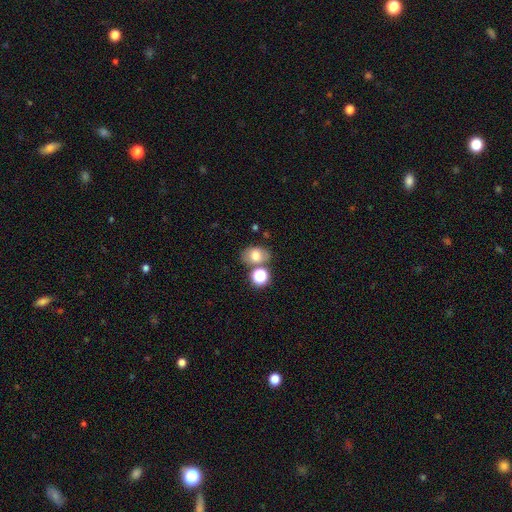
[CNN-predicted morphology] Smooth or featured?
  - smooth: 71% *
  - featured or disk: 16%
  - star or artifact: 13%
How rounded?
  - in between: 64% *
  - round: 35%
  - cigar-shaped: 1%
Merging?
  - none: 62% *
  - merger: 20%
  - minor disturbance: 13%
  - major disturbance: 5%